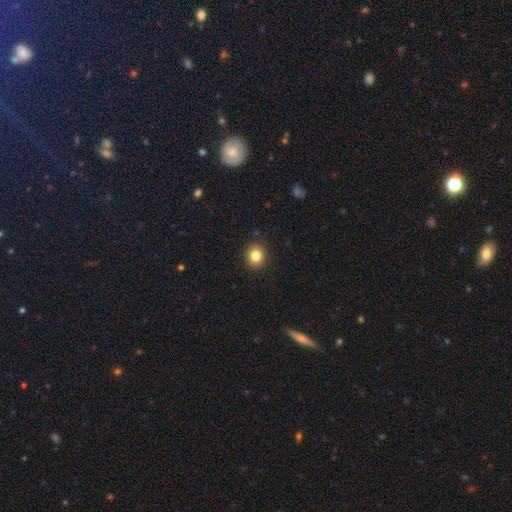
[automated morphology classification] Overall: smooth (82%). How rounded: round (84%). Merging: none (91%).